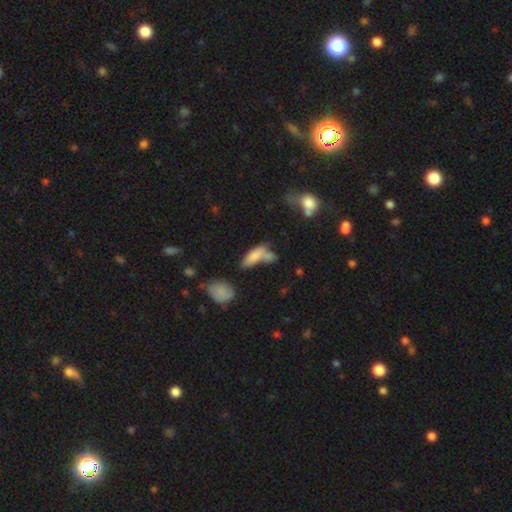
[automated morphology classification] smooth-or-featured: smooth: 74% | featured or disk: 16% | star or artifact: 10%
  how-rounded: in between: 69% | cigar-shaped: 27% | round: 4%
  merging: merger: 38% | none: 32% | minor disturbance: 17% | major disturbance: 13%